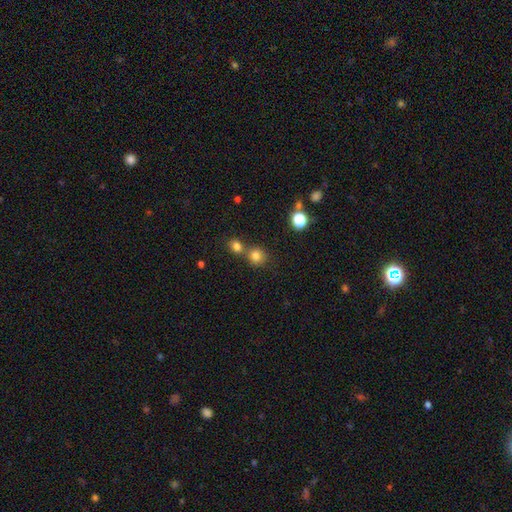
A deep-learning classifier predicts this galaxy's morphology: This appears to be a smooth galaxy with no disk features (79%) that is round (86%). Merging: none (60%).